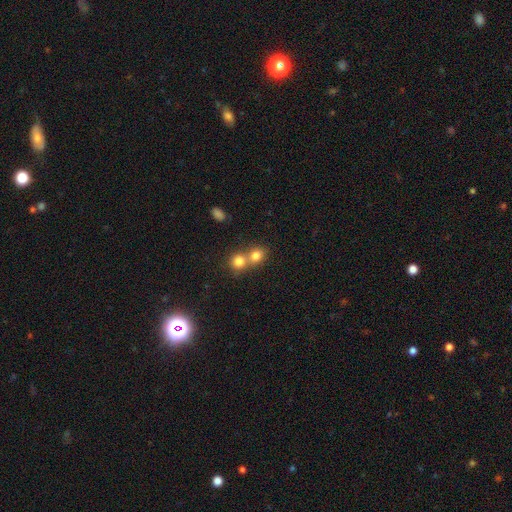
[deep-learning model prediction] smooth-or-featured: smooth: 79% | star or artifact: 12% | featured or disk: 9%
  how-rounded: round: 74% | in between: 24% | cigar-shaped: 1%
  merging: merger: 55% | none: 37% | minor disturbance: 5% | major disturbance: 2%